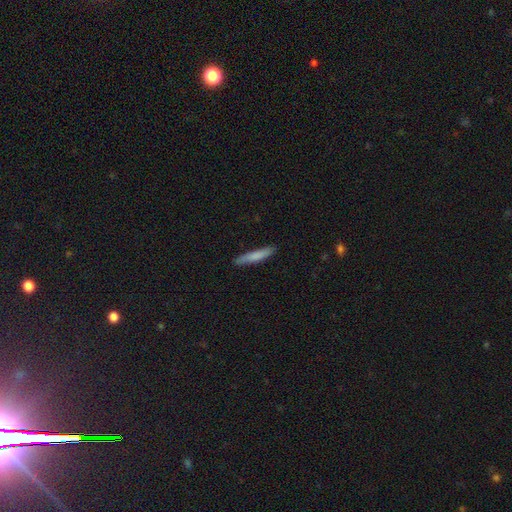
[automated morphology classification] Smooth or featured? Predicted: smooth (p=0.77). How rounded? Predicted: cigar-shaped (p=0.92). Merging? Predicted: none (p=0.87).